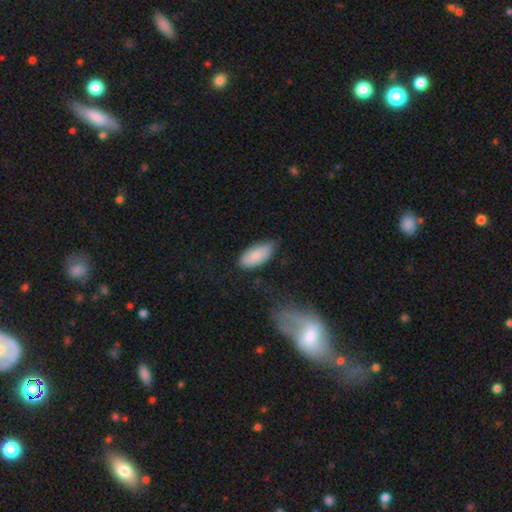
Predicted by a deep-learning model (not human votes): A smooth galaxy with no disk features (83%) that is in between round and cigar-shaped (90%).

Vote fractions:
- Smooth or featured? smooth: 83% / featured or disk: 11% / star or artifact: 6%
- How rounded? in between: 90% / cigar-shaped: 8% / round: 2%
- Merging? none: 61% / minor disturbance: 31% / major disturbance: 6% / merger: 3%